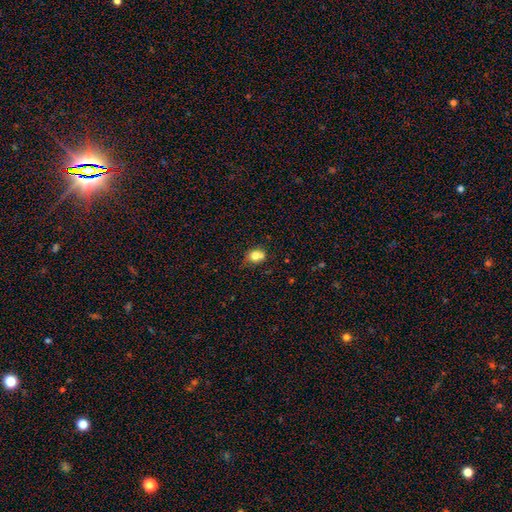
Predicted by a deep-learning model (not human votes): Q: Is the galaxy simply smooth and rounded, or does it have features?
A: smooth — 75%.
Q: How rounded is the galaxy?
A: round — 57%.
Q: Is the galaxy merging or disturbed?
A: none — 43%.